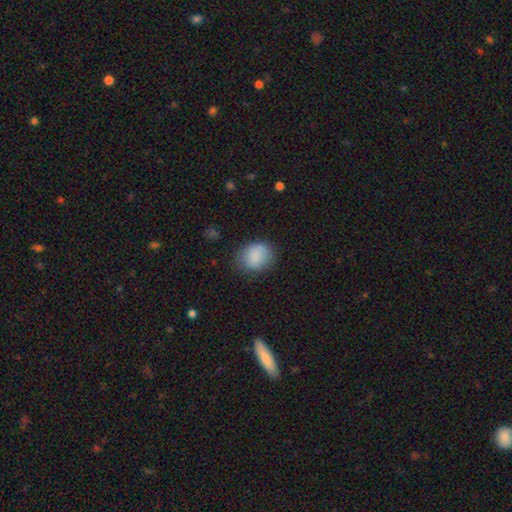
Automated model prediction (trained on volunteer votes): Q: Smooth or featured?
A: smooth (85%); runner-up: star or artifact (8%)
Q: How rounded?
A: round (57%); runner-up: in between (42%)
Q: Merging?
A: none (73%); runner-up: minor disturbance (20%)